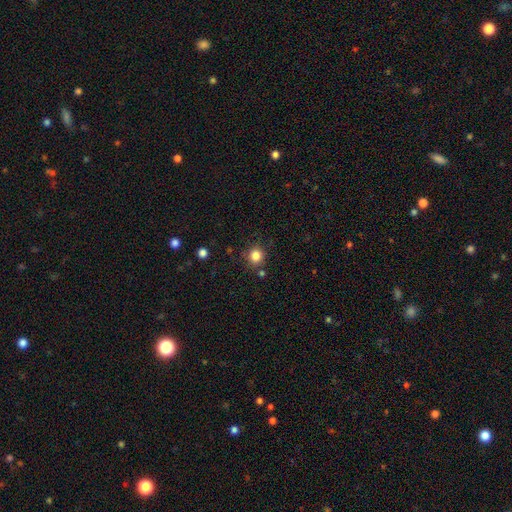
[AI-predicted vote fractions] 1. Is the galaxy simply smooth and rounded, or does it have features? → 84% smooth, 12% star or artifact, 5% featured or disk.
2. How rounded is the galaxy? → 90% round, 9% in between, 1% cigar-shaped.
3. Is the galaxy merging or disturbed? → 82% none, 10% minor disturbance, 5% merger, 3% major disturbance.